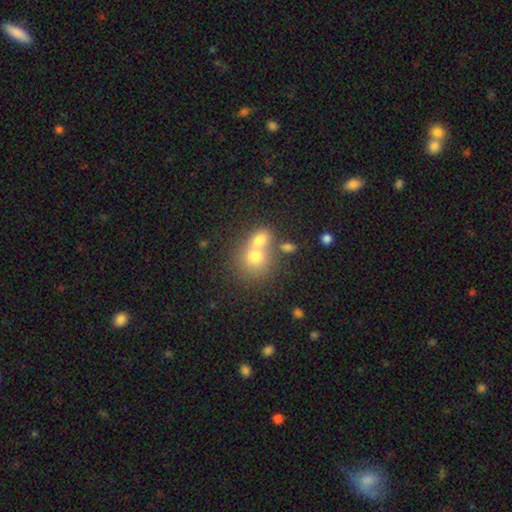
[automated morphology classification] Smooth or featured?
  - smooth: 70% *
  - featured or disk: 18%
  - star or artifact: 12%
How rounded?
  - round: 71% *
  - in between: 28%
  - cigar-shaped: 1%
Merging?
  - merger: 60% *
  - none: 30%
  - minor disturbance: 7%
  - major disturbance: 3%